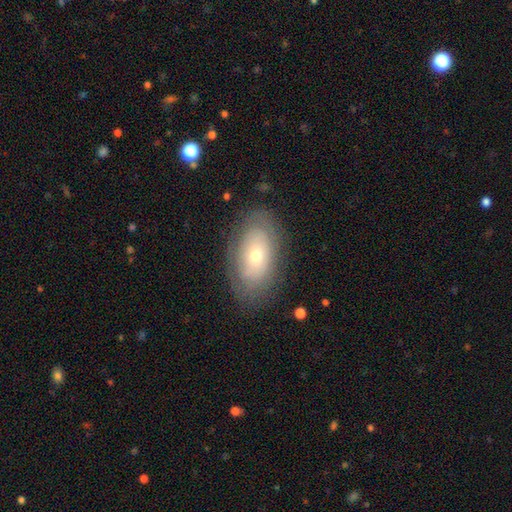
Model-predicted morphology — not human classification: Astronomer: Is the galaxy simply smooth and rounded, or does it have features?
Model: smooth — 50% (runner-up: featured or disk, 41%).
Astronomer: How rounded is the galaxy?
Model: in between — 90%.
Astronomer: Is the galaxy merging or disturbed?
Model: none — 80%.